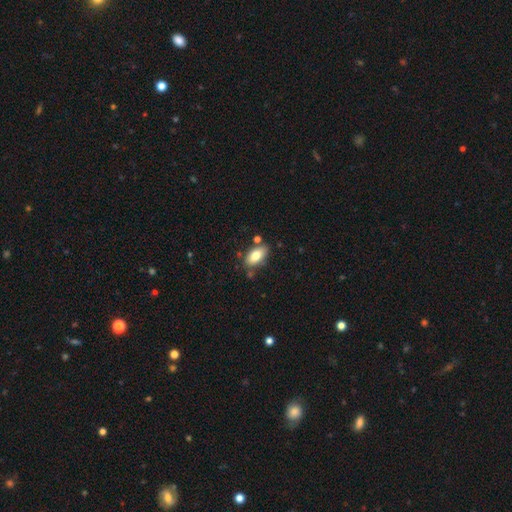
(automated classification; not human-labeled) This appears to be a smooth galaxy with no disk features (80%) that is in between round and cigar-shaped (92%). Merging: none (75%).